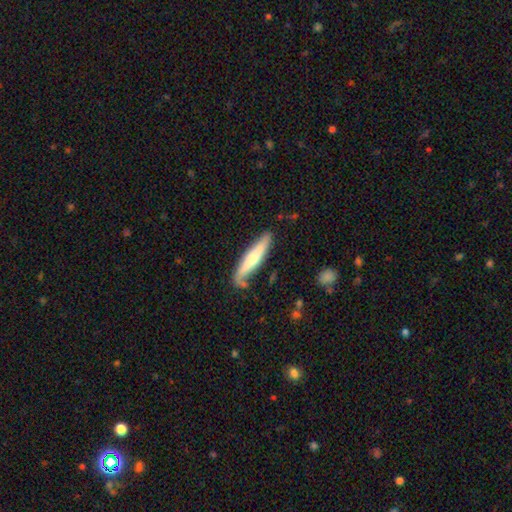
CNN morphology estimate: featured or disk 48%, smooth 46%, star or artifact 6%. Down the decision tree: merging — none (75%).